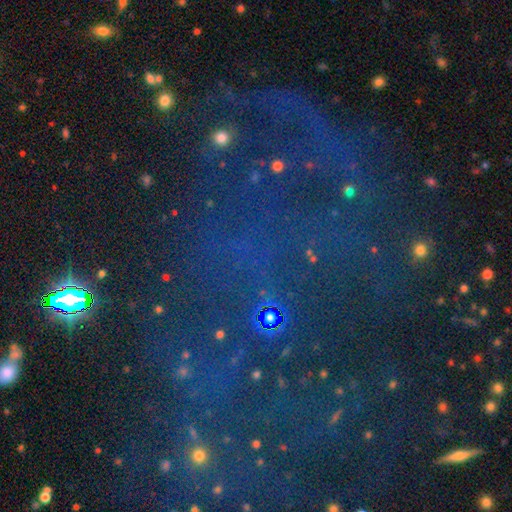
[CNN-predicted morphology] The model was most divided on "smooth or featured": star or artifact: 65%, smooth: 19%, featured or disk: 16%.